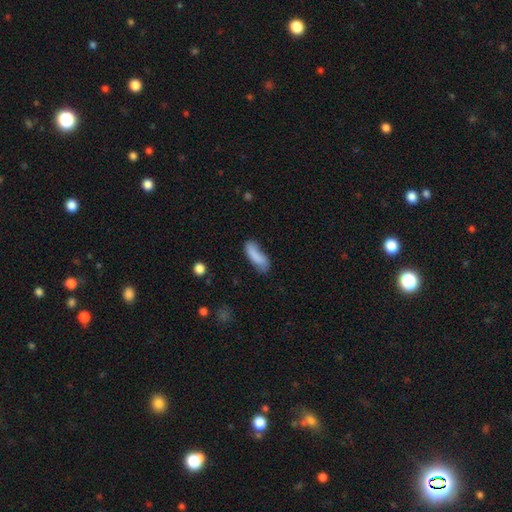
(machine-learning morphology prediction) type=smooth (82%); roundness=in between (60%); merging=none (56%).